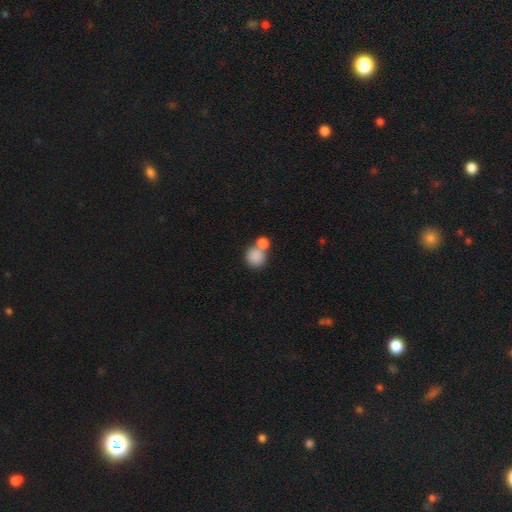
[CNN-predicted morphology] smooth 84%, star or artifact 9%, featured or disk 7%. Down the decision tree: how rounded — round (83%); merging — none (44%).